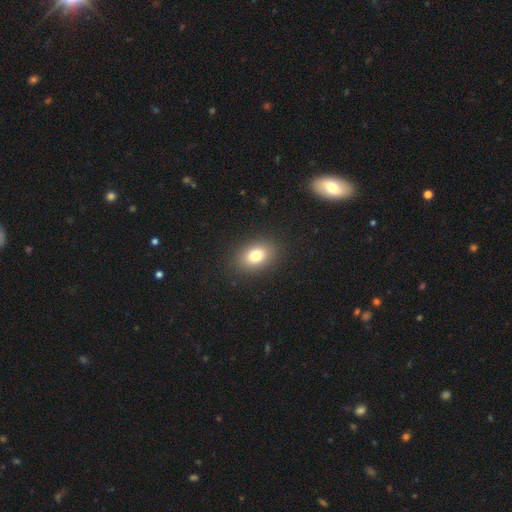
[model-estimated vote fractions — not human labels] Morphology: type=smooth (79%); roundness=in between (76%); merging=none (88%).